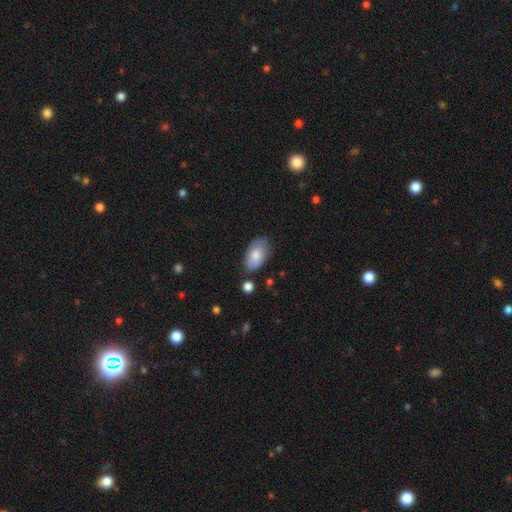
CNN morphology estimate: type=smooth (79%); roundness=in between (94%); merging=none (74%).